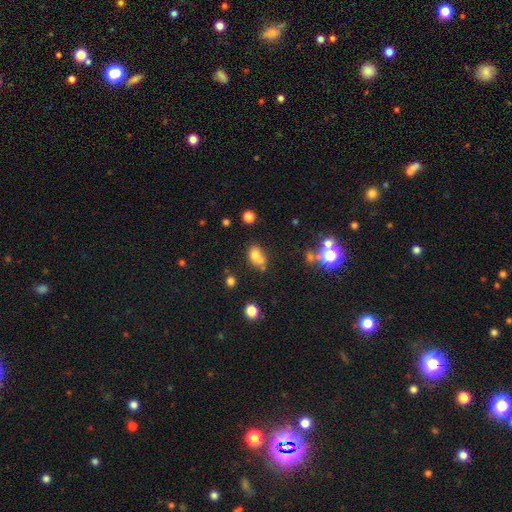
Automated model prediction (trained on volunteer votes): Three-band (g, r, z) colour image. It shows a smooth galaxy with no disk features (72%) that is in between round and cigar-shaped (64%). Merging: none (42%).